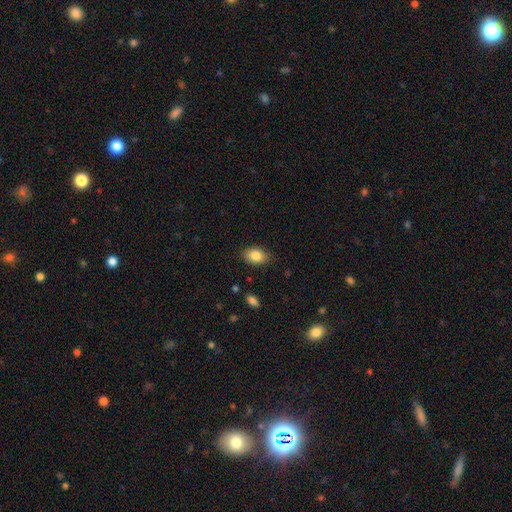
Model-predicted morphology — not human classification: Smooth or featured: smooth — 84% (featured or disk — 8%)
How rounded: in between — 84% (round — 15%)
Merging: none — 85% (minor disturbance — 12%)